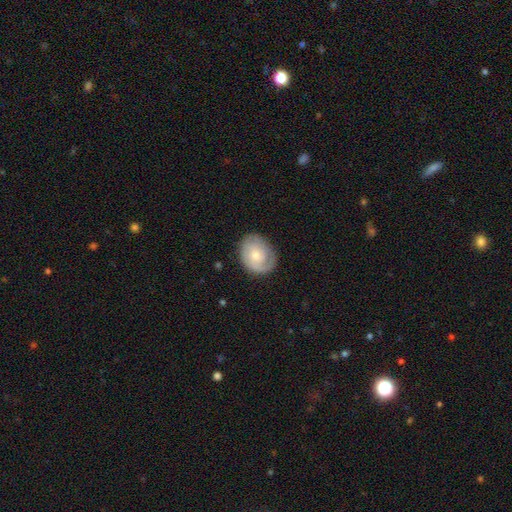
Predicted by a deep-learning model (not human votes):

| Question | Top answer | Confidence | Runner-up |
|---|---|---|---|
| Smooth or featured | featured or disk | 56% | smooth (38%) |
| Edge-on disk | no | 97% | yes (3%) |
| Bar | no | 71% | weak (25%) |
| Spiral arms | yes | 84% | no (16%) |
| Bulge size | small | 47% | moderate (46%) |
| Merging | none | 76% | minor disturbance (17%) |